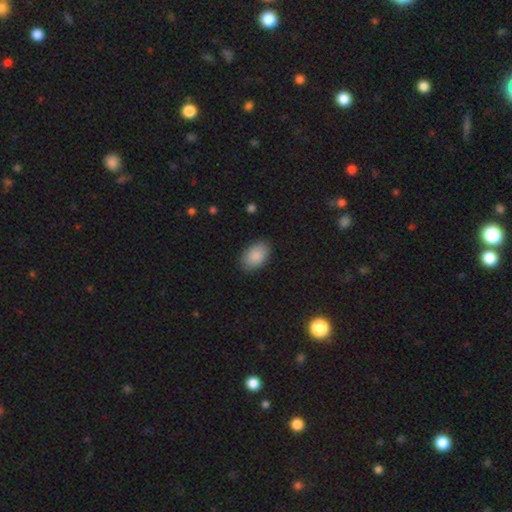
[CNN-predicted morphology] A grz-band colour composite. It shows a smooth galaxy with no disk features (89%) that is in between round and cigar-shaped (90%). Merging: none (87%).